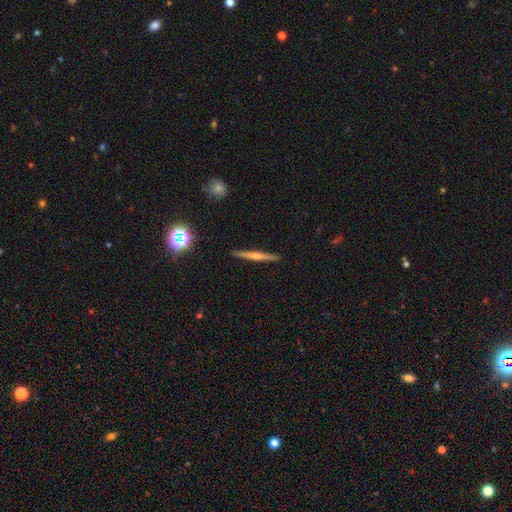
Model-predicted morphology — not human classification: Q: Smooth or featured?
A: featured or disk (65%); runner-up: smooth (26%)
Q: Edge-on disk?
A: yes (98%); runner-up: no (2%)
Q: Edge-on bulge?
A: rounded (74%); runner-up: none (18%)
Q: Merging?
A: none (92%); runner-up: minor disturbance (5%)